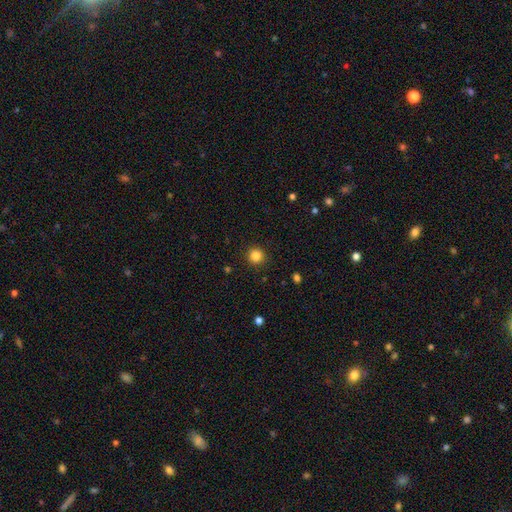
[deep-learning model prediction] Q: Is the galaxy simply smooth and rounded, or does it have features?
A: smooth — 84%.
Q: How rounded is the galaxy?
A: round — 95%.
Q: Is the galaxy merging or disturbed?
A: none — 91%.